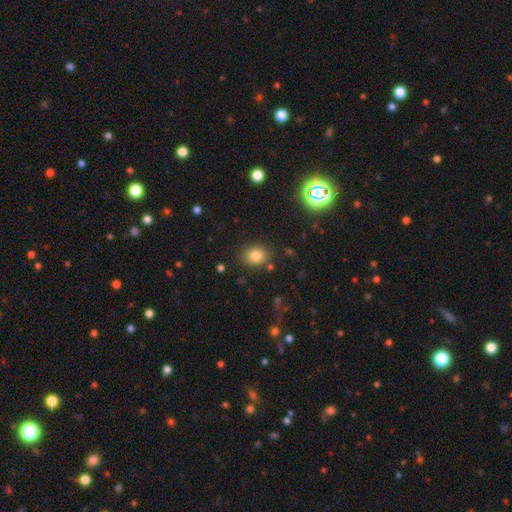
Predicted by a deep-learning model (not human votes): A smooth galaxy with no disk features (81%) that is round (56%).

Vote fractions:
- Smooth or featured? smooth: 81% / star or artifact: 12% / featured or disk: 7%
- How rounded? round: 56% / in between: 43% / cigar-shaped: 1%
- Merging? none: 84% / minor disturbance: 10% / major disturbance: 3% / merger: 3%